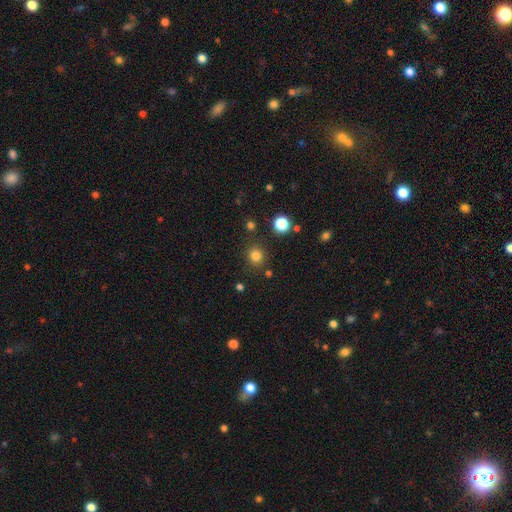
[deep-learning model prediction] This is clearly a smooth galaxy (81%). How rounded: clearly round (89%). Merging: clearly none (86%).